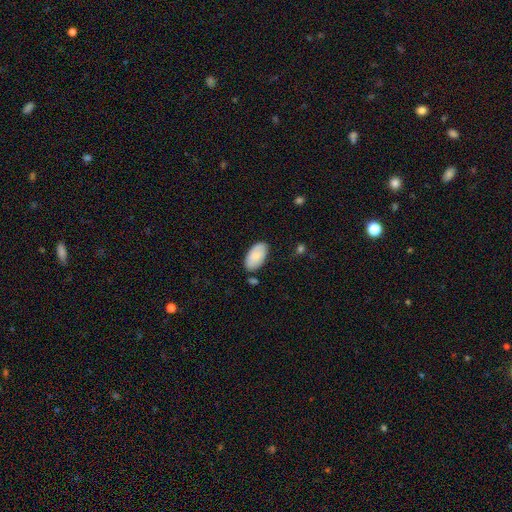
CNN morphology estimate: The model was most divided on "merging": none: 79%, minor disturbance: 15%, merger: 4%, major disturbance: 3%. More confident: how rounded — in between (96%); smooth or featured — smooth (82%).